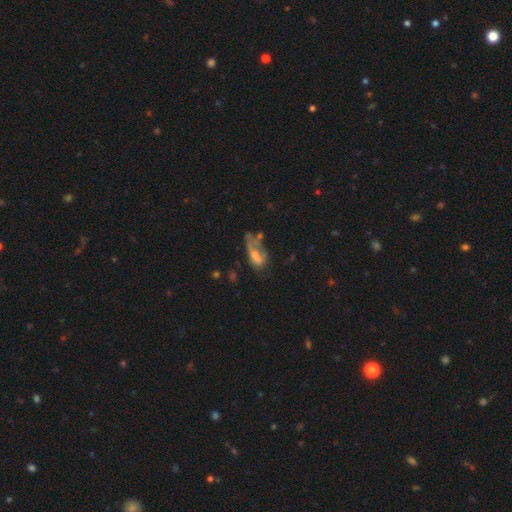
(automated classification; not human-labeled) The model was most divided on "merging": major disturbance: 37%, minor disturbance: 25%, none: 24%, merger: 15%. More confident: how rounded — in between (80%); smooth or featured — smooth (52%).